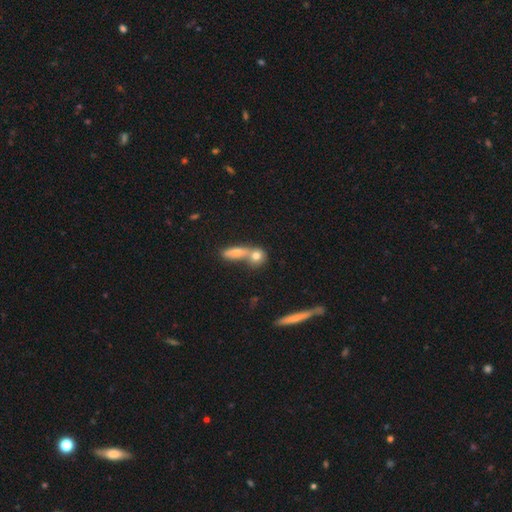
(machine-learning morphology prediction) A smooth galaxy with no disk features (47%). Merging: merger (48%).